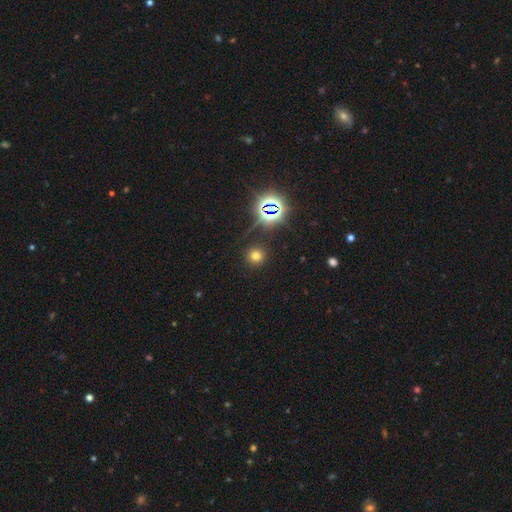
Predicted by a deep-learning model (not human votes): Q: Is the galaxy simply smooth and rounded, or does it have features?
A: smooth — 66%.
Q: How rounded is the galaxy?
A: round — 92%.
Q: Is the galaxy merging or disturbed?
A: none — 88%.